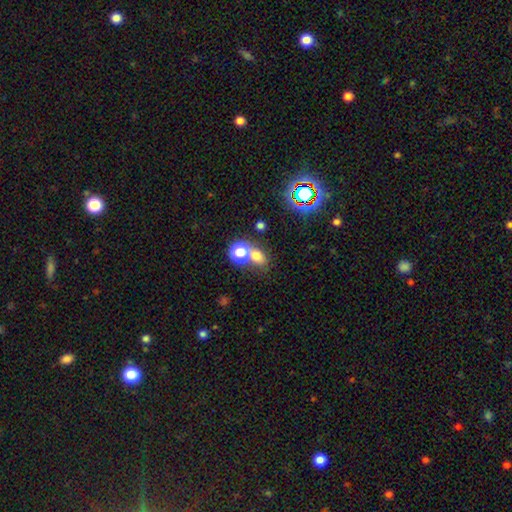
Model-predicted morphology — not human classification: Smooth or featured?
  - smooth: 68% *
  - star or artifact: 22%
  - featured or disk: 10%
How rounded?
  - round: 51% *
  - in between: 48%
  - cigar-shaped: 2%
Merging?
  - none: 48% *
  - merger: 39%
  - minor disturbance: 9%
  - major disturbance: 5%